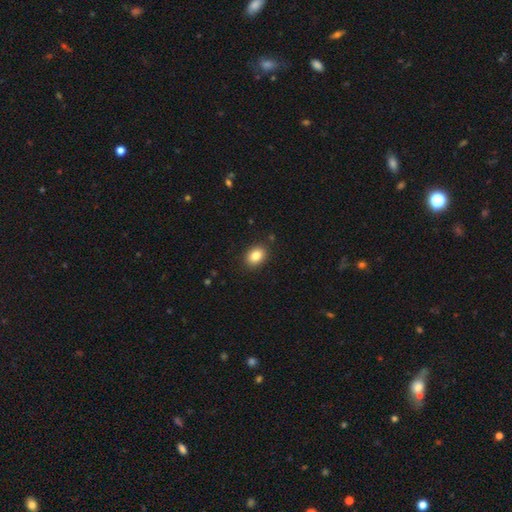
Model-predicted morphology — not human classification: This is clearly a smooth galaxy (84%). How rounded: likely in between (73%). Merging: clearly none (89%).